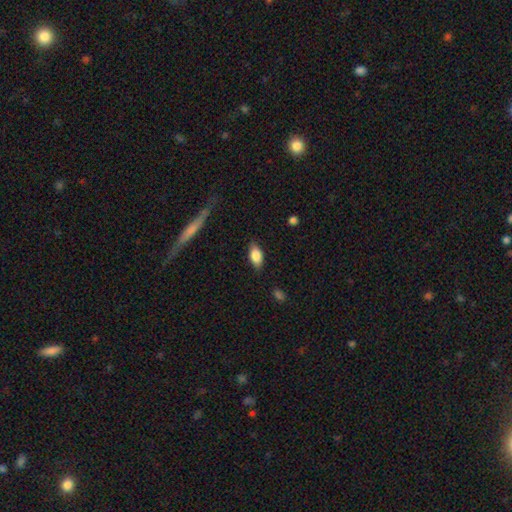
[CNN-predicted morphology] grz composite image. It shows a smooth galaxy with no disk features (80%) that is in between round and cigar-shaped (87%). Merging: none (82%).